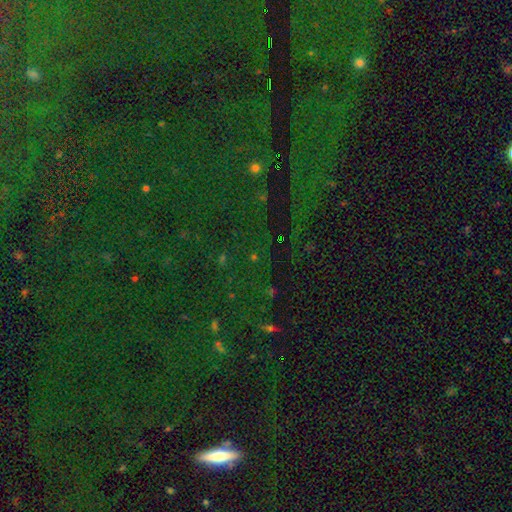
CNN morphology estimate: A star or artifact, not a galaxy (80%).

Vote fractions:
- Smooth or featured? star or artifact: 80% / smooth: 11% / featured or disk: 9%